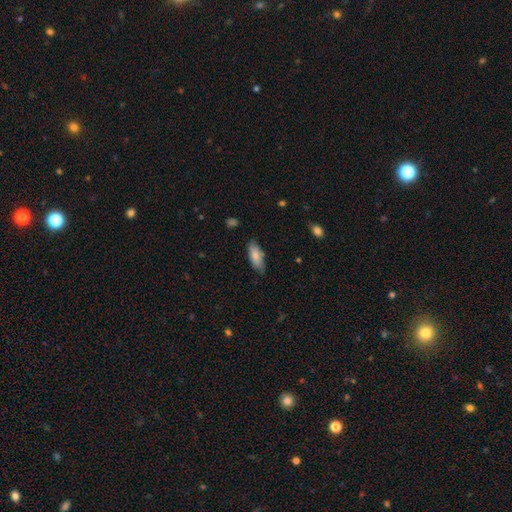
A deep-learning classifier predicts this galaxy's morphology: smooth-or-featured: smooth: 80% | featured or disk: 14% | star or artifact: 6%
  how-rounded: in between: 75% | cigar-shaped: 23% | round: 2%
  merging: none: 77% | minor disturbance: 18% | major disturbance: 3% | merger: 2%